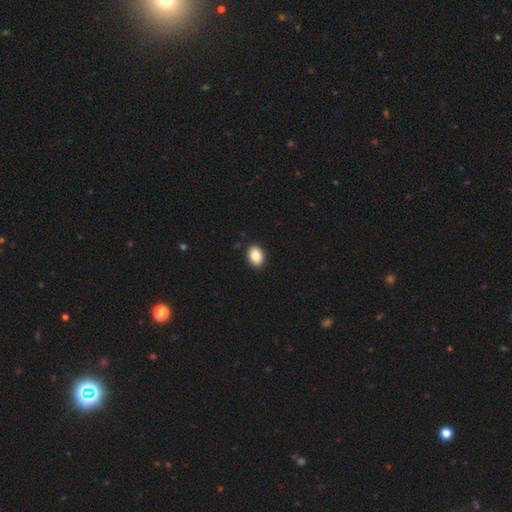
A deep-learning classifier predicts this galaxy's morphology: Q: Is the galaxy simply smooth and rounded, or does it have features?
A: smooth — 86%.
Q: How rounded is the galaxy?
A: in between — 78%.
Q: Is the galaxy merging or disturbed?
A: none — 91%.